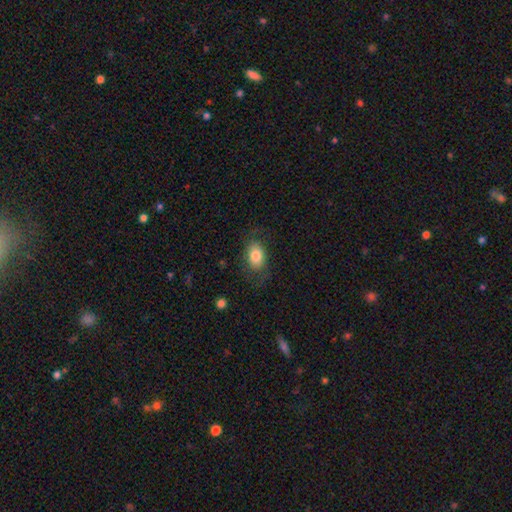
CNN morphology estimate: Smooth or featured: smooth — 78% (featured or disk — 15%)
How rounded: in between — 81% (round — 17%)
Merging: none — 69% (minor disturbance — 18%)